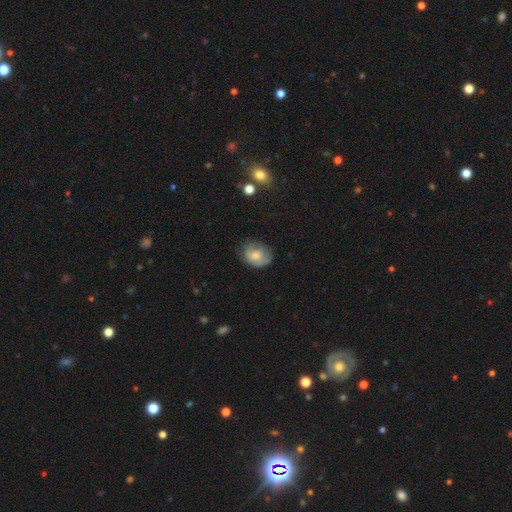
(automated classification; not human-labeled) smooth_or_featured: smooth (p=0.68) [alt: featured or disk p=0.24]
how_rounded: in between (p=0.54) [alt: round p=0.45]
merging: none (p=0.60) [alt: minor disturbance p=0.29]